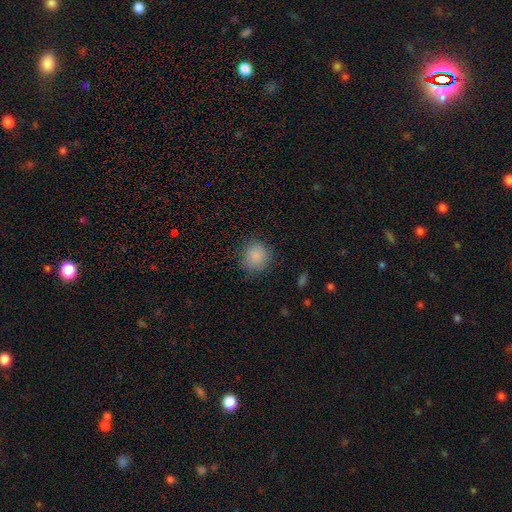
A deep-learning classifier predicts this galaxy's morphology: This appears to be a smooth galaxy with no disk features (86%) that is round (84%). Merging: none (83%).